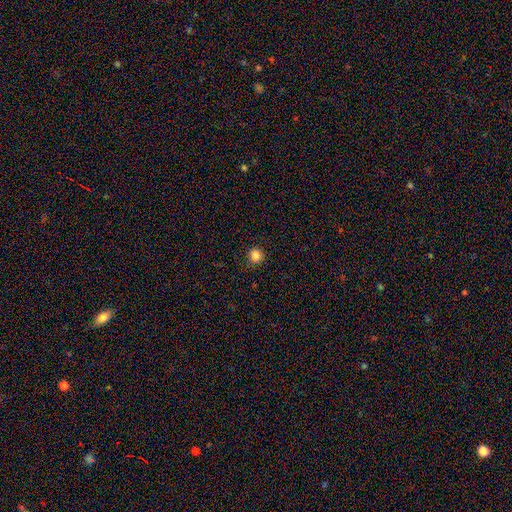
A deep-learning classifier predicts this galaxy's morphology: Smooth or featured? Predicted: smooth (p=0.84). How rounded? Predicted: round (p=0.93). Merging? Predicted: none (p=0.90).